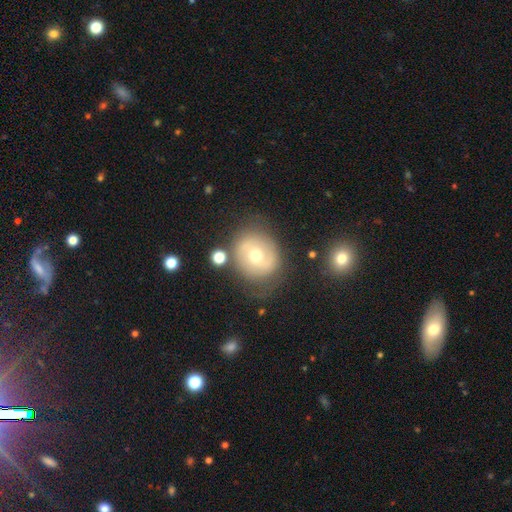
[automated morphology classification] This is possibly a featured or disk galaxy (50%). It is clearly not viewed edge-on (96%). Merging: likely none (68%).